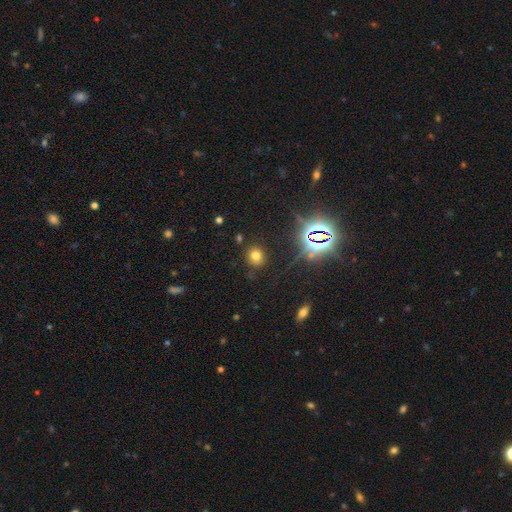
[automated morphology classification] Smooth or featured? Predicted: smooth (p=0.66). How rounded? Predicted: round (p=0.78). Merging? Predicted: none (p=0.84).